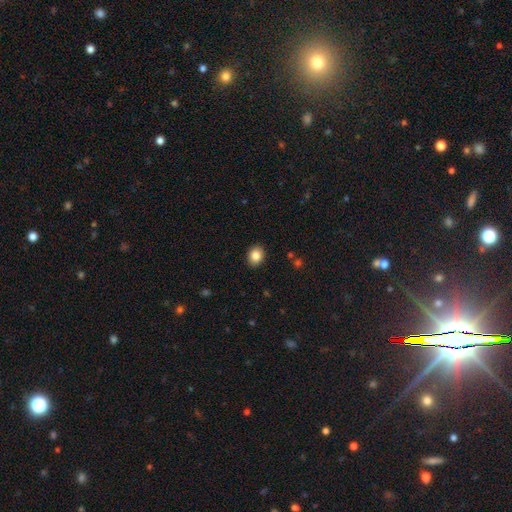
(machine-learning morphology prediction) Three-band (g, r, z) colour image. It shows a smooth galaxy with no disk features (85%) that is round (57%). Merging: none (91%).